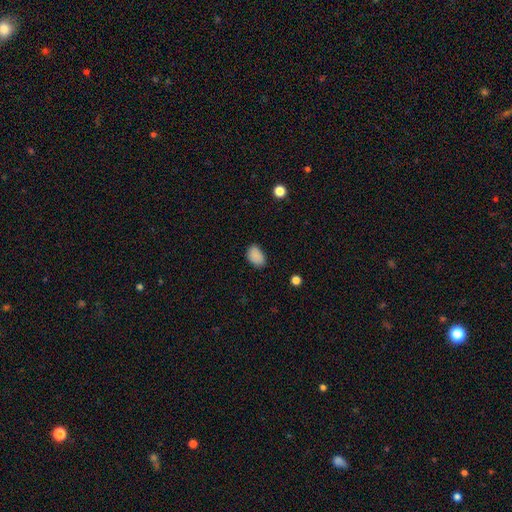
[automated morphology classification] A smooth galaxy with no disk features (88%) that is in between round and cigar-shaped (89%). Merging: none (81%).